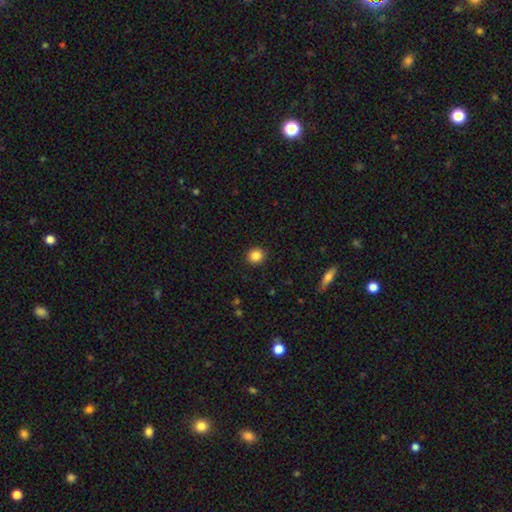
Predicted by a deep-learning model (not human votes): This is clearly a smooth galaxy (85%). How rounded: clearly round (86%). Merging: clearly none (92%).